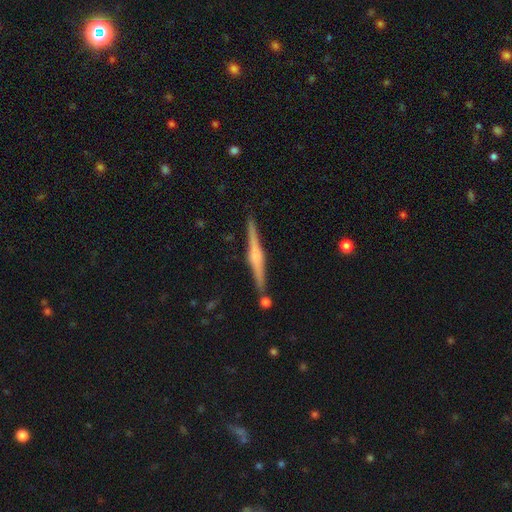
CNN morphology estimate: type=featured or disk (78%); edge-on=yes (98%); edge-on bulge=rounded (73%); merging=none (88%).